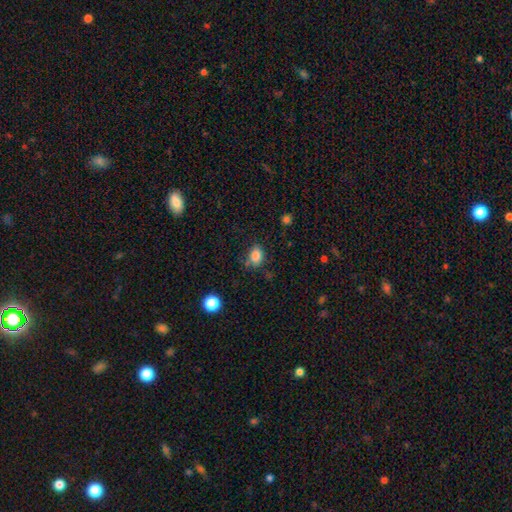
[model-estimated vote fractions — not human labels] smooth-or-featured: smooth: 84% | star or artifact: 11% | featured or disk: 5%
  how-rounded: in between: 68% | round: 31% | cigar-shaped: 1%
  merging: none: 71% | minor disturbance: 19% | major disturbance: 5% | merger: 5%